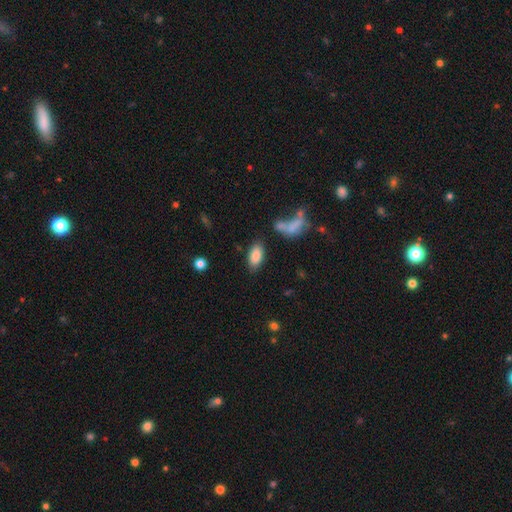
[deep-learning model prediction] The model was most divided on "merging": none: 78%, minor disturbance: 11%, merger: 6%, major disturbance: 4%. More confident: how rounded — in between (91%); smooth or featured — smooth (85%).